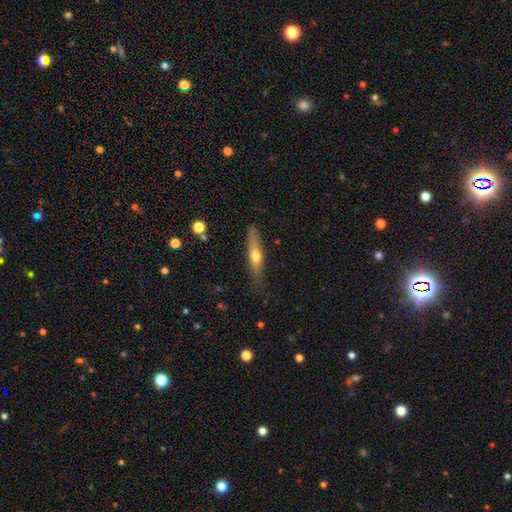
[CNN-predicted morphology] Smooth or featured?
  - smooth: 52% *
  - featured or disk: 42%
  - star or artifact: 6%
How rounded?
  - cigar-shaped: 77% *
  - in between: 20%
  - round: 3%
Merging?
  - none: 77% *
  - minor disturbance: 17%
  - major disturbance: 4%
  - merger: 2%